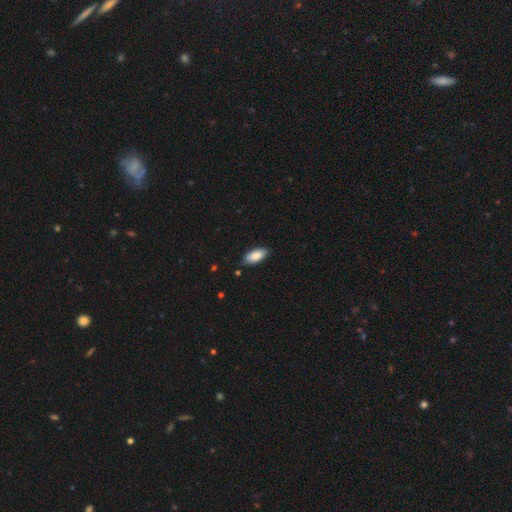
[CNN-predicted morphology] A smooth galaxy with no disk features (87%) that is in between round and cigar-shaped (86%).

Vote fractions:
- Smooth or featured? smooth: 87% / featured or disk: 7% / star or artifact: 6%
- How rounded? in between: 86% / cigar-shaped: 13% / round: 2%
- Merging? none: 86% / minor disturbance: 11% / major disturbance: 2% / merger: 1%